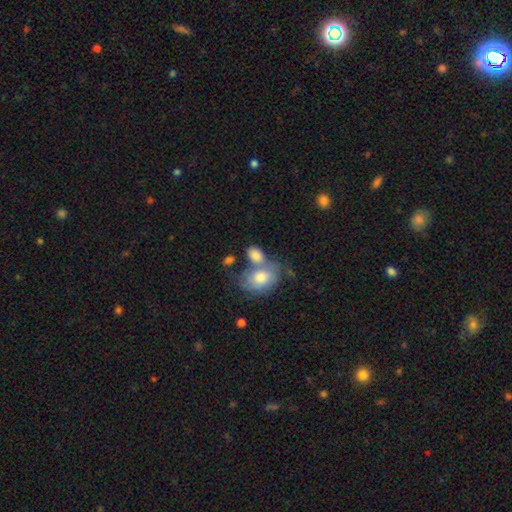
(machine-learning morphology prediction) A smooth galaxy with no disk features (78%) that is in between round and cigar-shaped (81%). Merging: merger (48%).